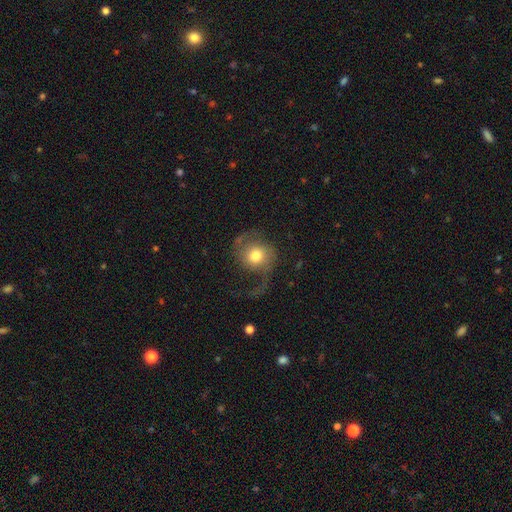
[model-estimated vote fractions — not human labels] Smooth or featured?
  - featured or disk: 62% *
  - smooth: 31%
  - star or artifact: 8%
Edge-on disk?
  - no: 97% *
  - yes: 3%
Bar?
  - no: 73% *
  - weak: 22%
  - strong: 5%
Spiral arms?
  - yes: 88% *
  - no: 12%
Spiral winding?
  - loose: 66% *
  - medium: 27%
  - tight: 7%
Spiral arm count?
  - 2: 72% *
  - 1: 22%
  - can't tell: 3%
  - 3: 1%
  - 4: 1%
  - more than 4: 1%
Bulge size?
  - moderate: 66% *
  - large: 16%
  - small: 14%
  - dominant: 3%
  - none: 1%
Merging?
  - none: 48% *
  - major disturbance: 33%
  - minor disturbance: 17%
  - merger: 2%